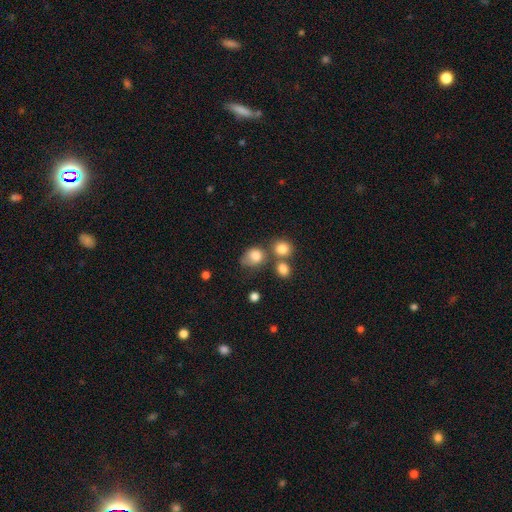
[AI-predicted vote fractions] Smooth or featured? Predicted: smooth (p=0.80). How rounded? Predicted: round (p=0.61). Merging? Predicted: none (p=0.42).